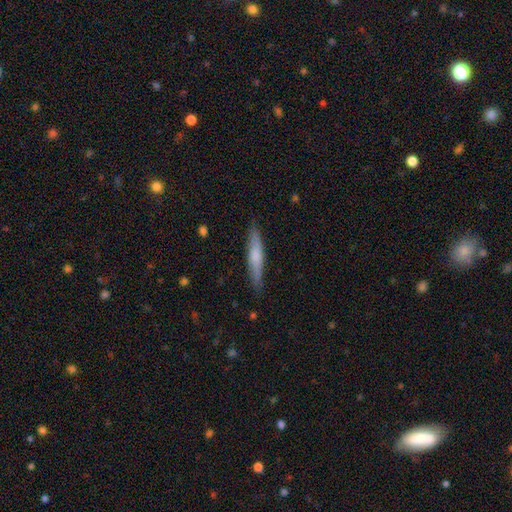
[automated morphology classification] This appears to be a smooth galaxy with no disk features (56%) that is cigar-shaped (90%). Merging: none (87%).